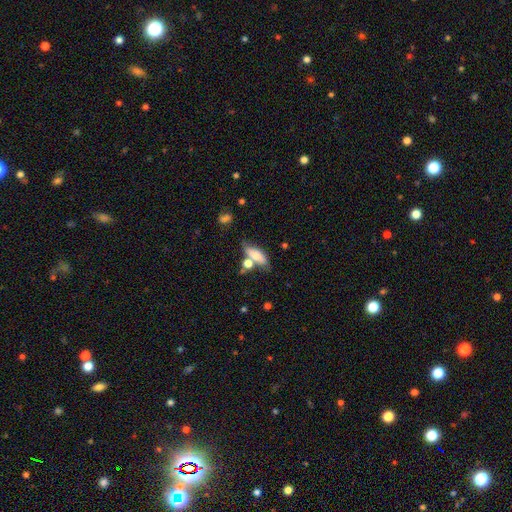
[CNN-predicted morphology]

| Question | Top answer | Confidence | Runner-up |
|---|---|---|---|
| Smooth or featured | smooth | 66% | featured or disk (26%) |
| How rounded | in between | 66% | cigar-shaped (29%) |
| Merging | none | 50% | merger (24%) |